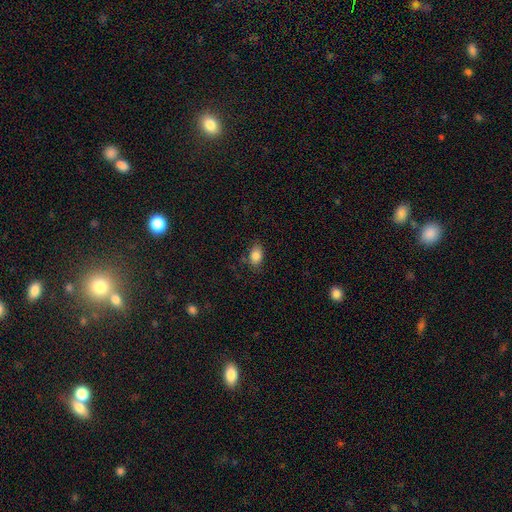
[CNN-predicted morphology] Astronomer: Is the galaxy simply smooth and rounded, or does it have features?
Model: smooth — 85%.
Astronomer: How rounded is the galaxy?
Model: in between — 84%.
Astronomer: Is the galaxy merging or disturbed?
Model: none — 77%.